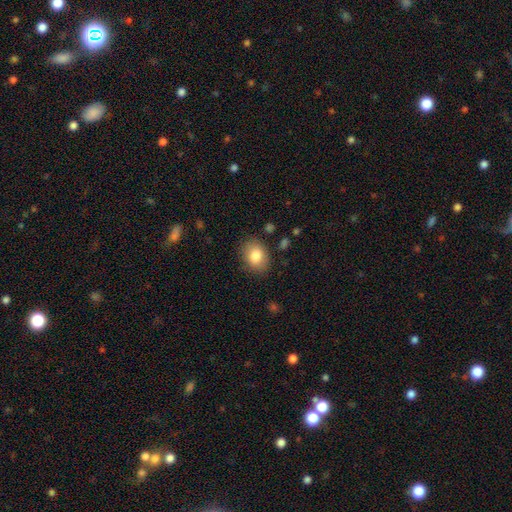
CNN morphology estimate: smooth 82%, featured or disk 9%, star or artifact 8%. Down the decision tree: how rounded — in between (67%); merging — none (83%).